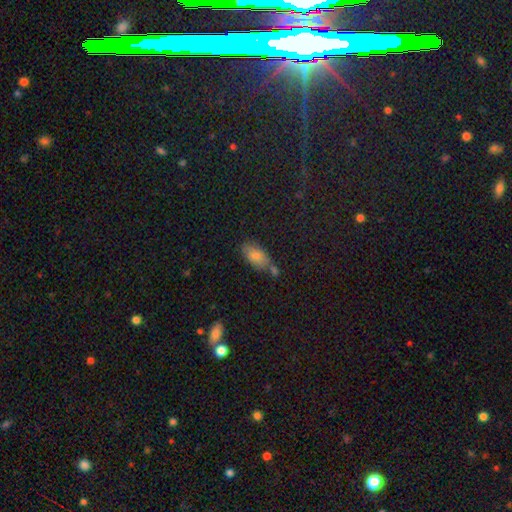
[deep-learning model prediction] A smooth galaxy with no disk features (74%) that is in between round and cigar-shaped (90%).

Vote fractions:
- Smooth or featured? smooth: 74% / featured or disk: 13% / star or artifact: 13%
- How rounded? in between: 90% / cigar-shaped: 6% / round: 5%
- Merging? none: 61% / minor disturbance: 20% / merger: 14% / major disturbance: 5%